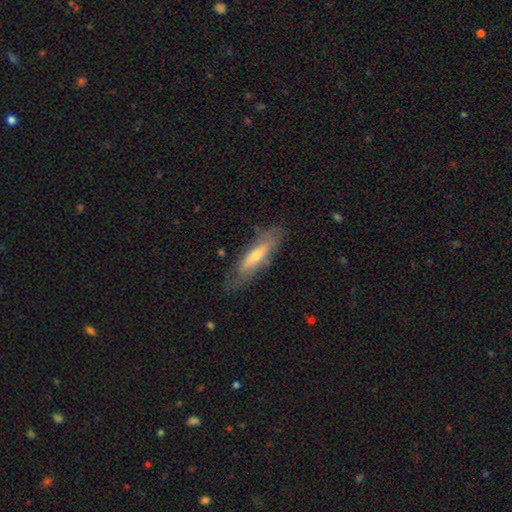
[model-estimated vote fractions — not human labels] Overall: featured or disk (48%; smooth 46%). Merging: none (73%).